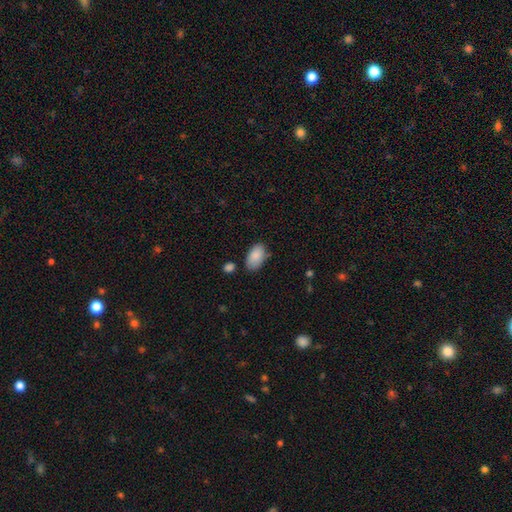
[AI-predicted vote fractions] A smooth galaxy with no disk features (88%) that is in between round and cigar-shaped (94%). Merging: none (71%).